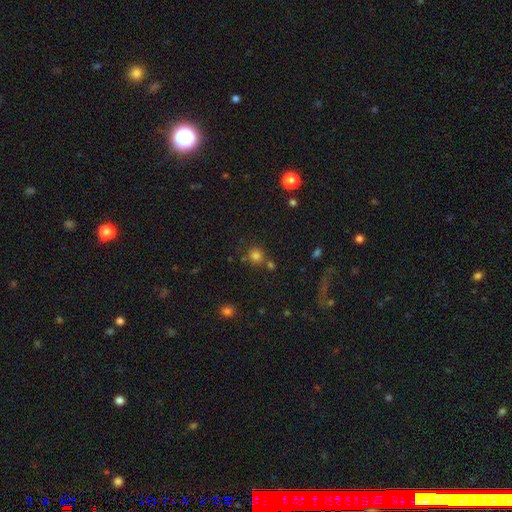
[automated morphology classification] Smooth or featured? smooth (78%)
How rounded? round (89%)
Merging? none (71%)